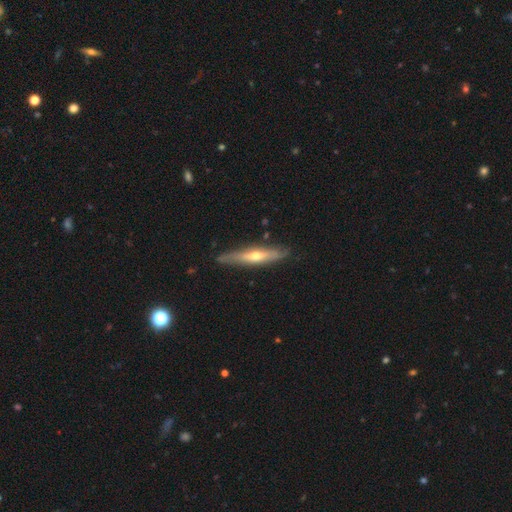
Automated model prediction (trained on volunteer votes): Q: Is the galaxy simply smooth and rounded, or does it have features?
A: featured or disk — 62%.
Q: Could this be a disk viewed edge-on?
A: yes — 87%.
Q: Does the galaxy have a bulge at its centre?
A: rounded — 83%.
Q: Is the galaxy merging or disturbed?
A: none — 83%.